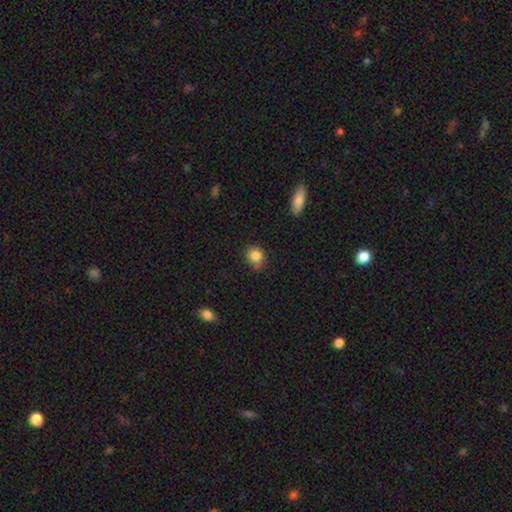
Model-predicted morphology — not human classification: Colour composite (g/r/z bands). It shows a smooth galaxy with no disk features (84%) that is round (70%). Merging: none (63%).